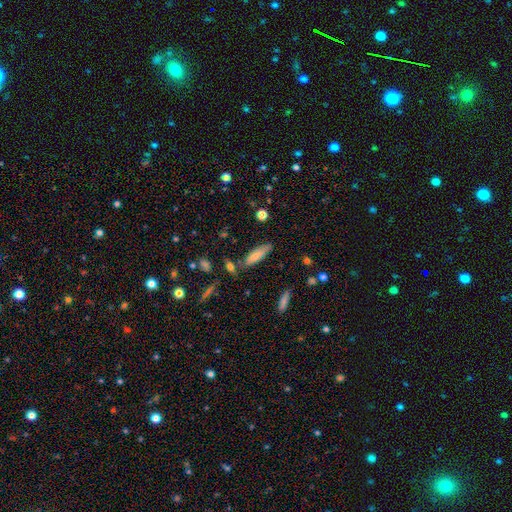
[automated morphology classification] smooth 76%, featured or disk 16%, star or artifact 7%. Down the decision tree: how rounded — cigar-shaped (59%); merging — none (70%).